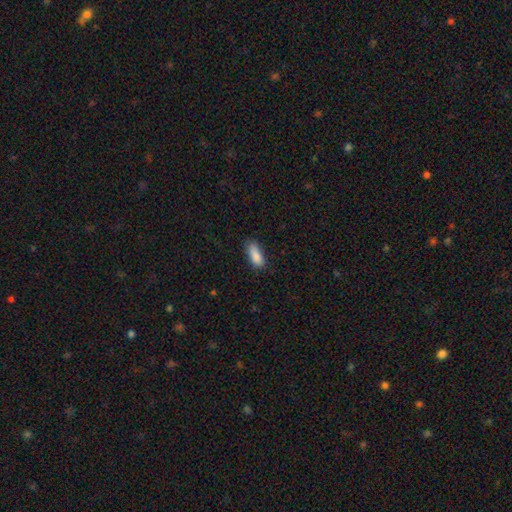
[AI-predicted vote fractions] Smooth or featured: smooth — 88% (star or artifact — 7%)
How rounded: in between — 77% (cigar-shaped — 21%)
Merging: none — 74% (minor disturbance — 21%)